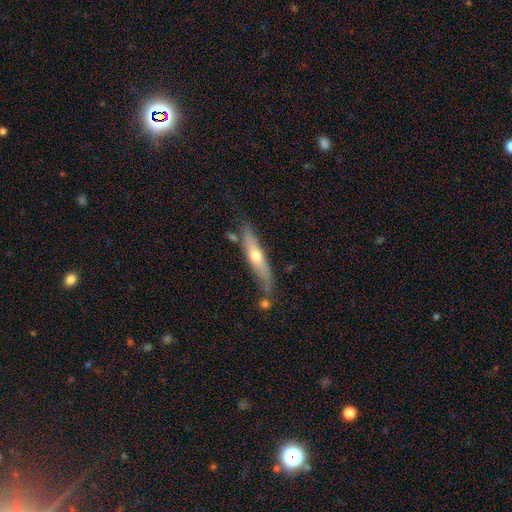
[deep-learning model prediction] This is possibly a featured or disk galaxy (50%). It is likely viewed edge-on (77%). Merging: likely none (63%).